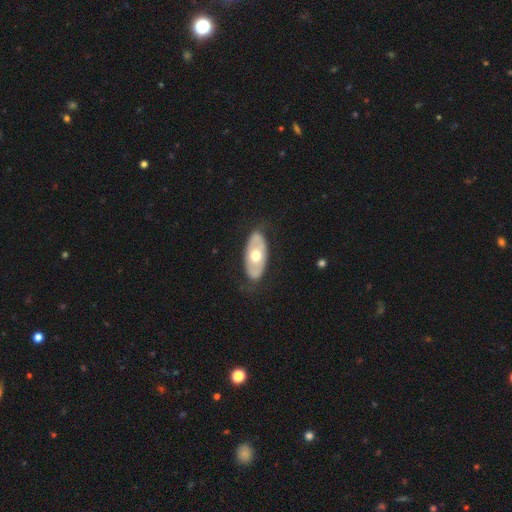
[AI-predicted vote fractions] Smooth or featured?
  - featured or disk: 48% *
  - smooth: 47%
  - star or artifact: 5%
Merging?
  - none: 79% *
  - minor disturbance: 15%
  - major disturbance: 5%
  - merger: 1%